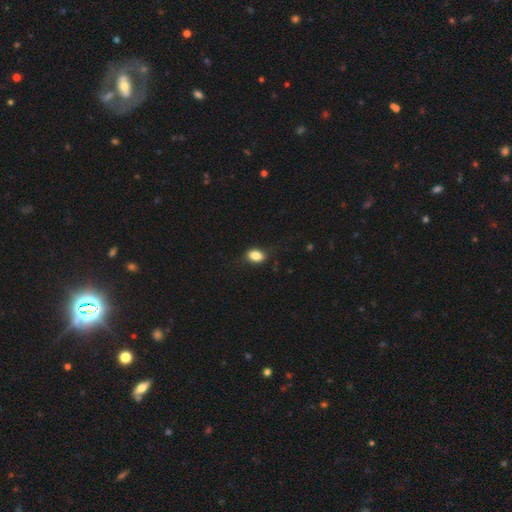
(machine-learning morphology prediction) This appears to be a smooth galaxy with no disk features (85%) that is in between round and cigar-shaped (78%). Merging: none (79%).